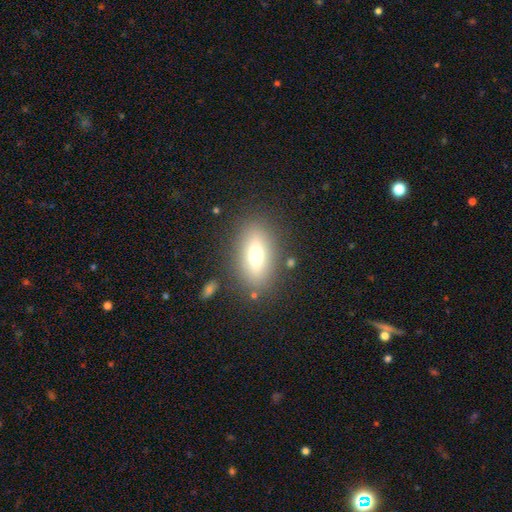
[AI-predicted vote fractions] Q: Smooth or featured?
A: smooth (58%); runner-up: featured or disk (33%)
Q: How rounded?
A: in between (74%); runner-up: cigar-shaped (21%)
Q: Merging?
A: none (83%); runner-up: minor disturbance (10%)